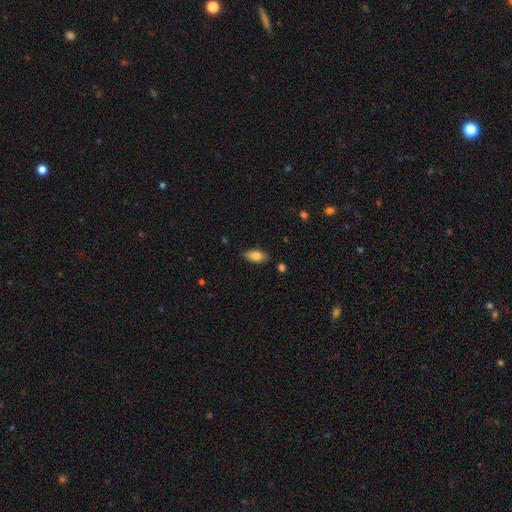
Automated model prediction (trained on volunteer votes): Morphology: type=smooth (82%); roundness=in between (90%); merging=none (83%).